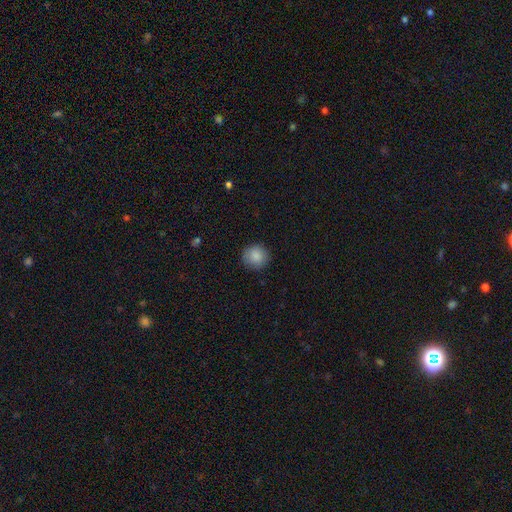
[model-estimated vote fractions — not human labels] smooth_or_featured: smooth (p=0.87) [alt: star or artifact p=0.08]
how_rounded: round (p=0.91) [alt: in between p=0.08]
merging: none (p=0.88) [alt: minor disturbance p=0.08]